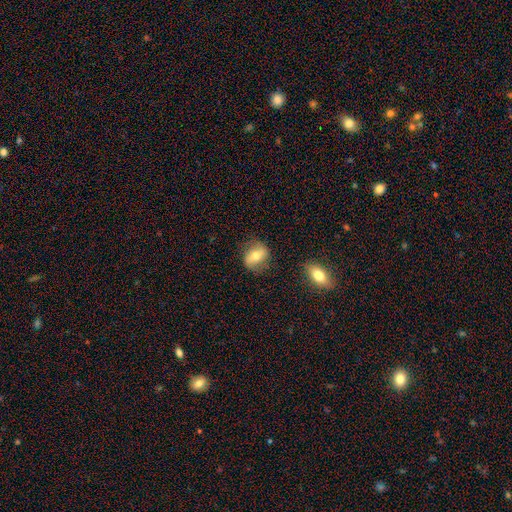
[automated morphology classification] Smooth or featured: smooth — 51% (featured or disk — 40%)
How rounded: round — 52% (in between — 46%)
Merging: none — 78% (minor disturbance — 15%)